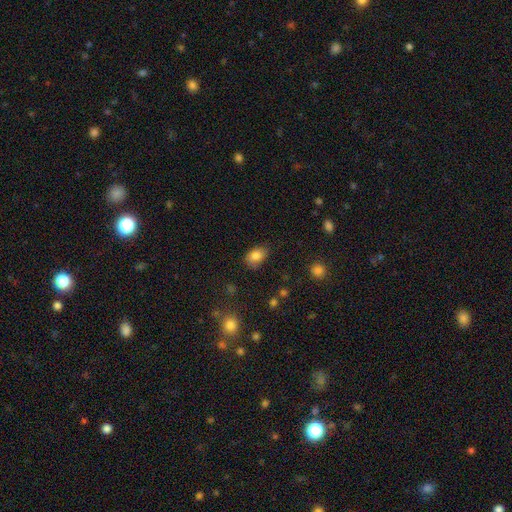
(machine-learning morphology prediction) Overall: smooth (83%). How rounded: in between (81%). Merging: none (74%).